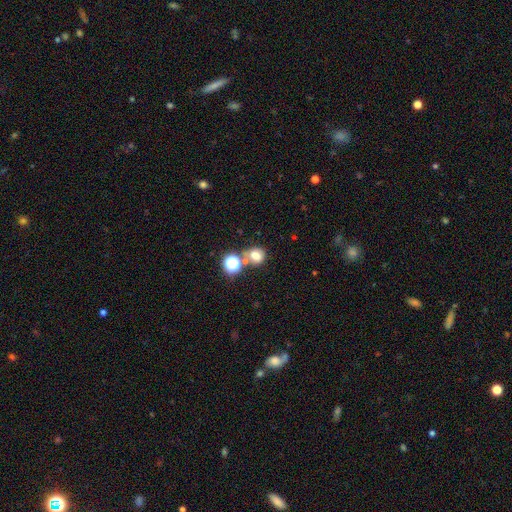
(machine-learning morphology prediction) Smooth or featured?
  - smooth: 69% *
  - star or artifact: 20%
  - featured or disk: 10%
How rounded?
  - round: 71% *
  - in between: 28%
  - cigar-shaped: 1%
Merging?
  - none: 59% *
  - merger: 25%
  - minor disturbance: 11%
  - major disturbance: 5%